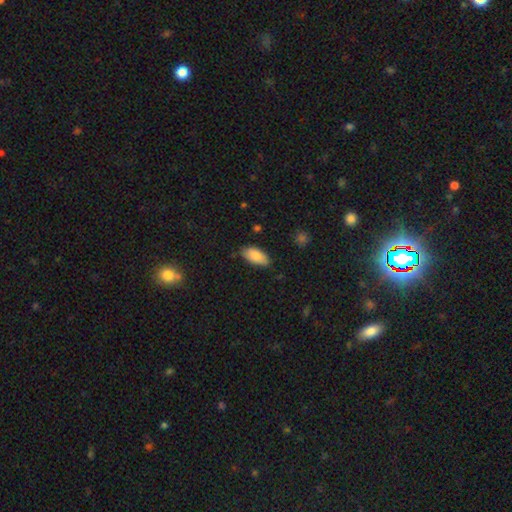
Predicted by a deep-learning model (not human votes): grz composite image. It shows a smooth galaxy with no disk features (86%) that is in between round and cigar-shaped (92%). Merging: none (77%).